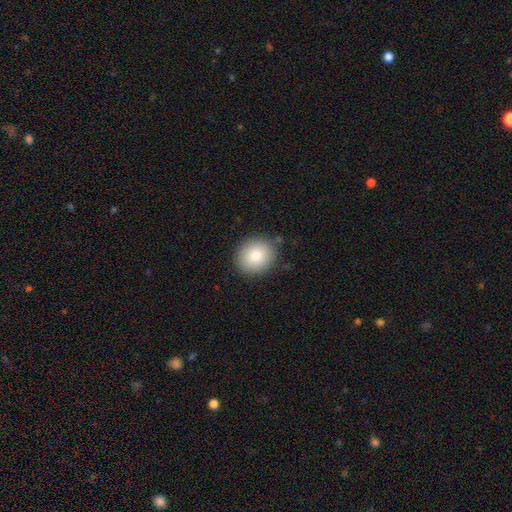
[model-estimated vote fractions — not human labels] smooth 81%, featured or disk 10%, star or artifact 9%. Down the decision tree: how rounded — round (79%); merging — none (87%).